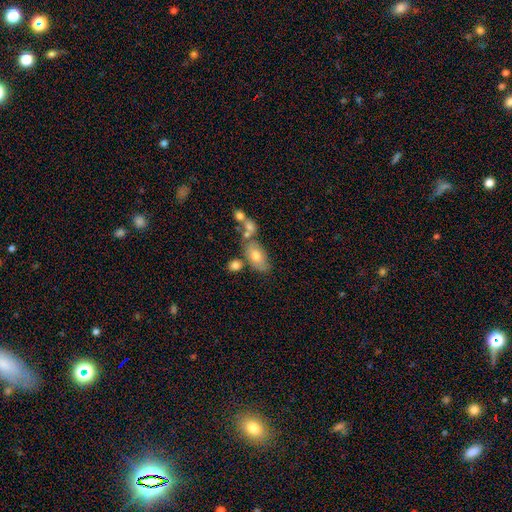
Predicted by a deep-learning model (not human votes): smooth 67%, featured or disk 24%, star or artifact 9%. Down the decision tree: how rounded — in between (87%); merging — none (45%).